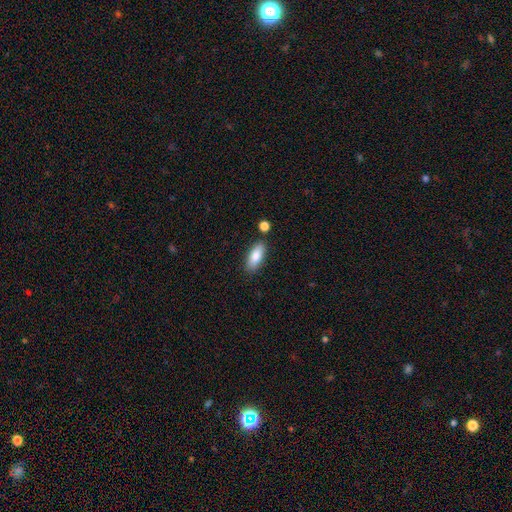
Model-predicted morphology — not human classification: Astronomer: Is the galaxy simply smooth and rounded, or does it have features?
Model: smooth — 84%.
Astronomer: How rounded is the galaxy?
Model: in between — 81%.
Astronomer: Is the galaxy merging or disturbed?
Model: none — 82%.